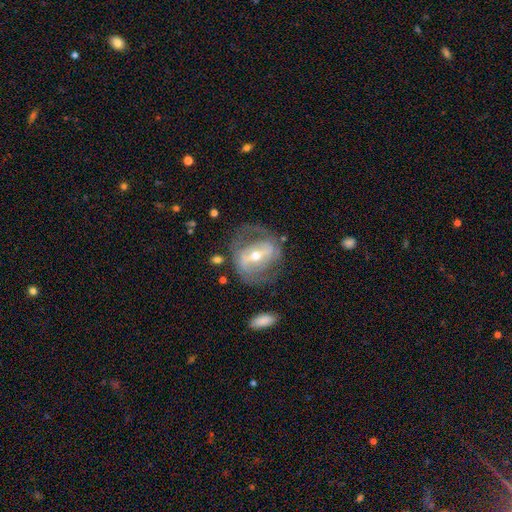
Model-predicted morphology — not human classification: This appears to be a featured or disk galaxy (81%) with a strong bar (56%), 2 (76%) medium (45%) spiral arms (78%) and a moderate central bulge (58%). Merging: none (63%).